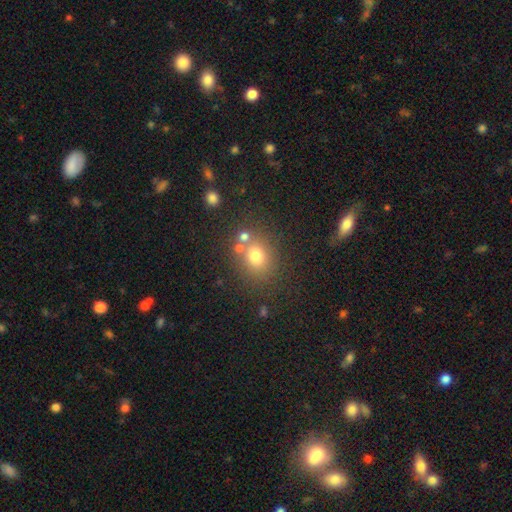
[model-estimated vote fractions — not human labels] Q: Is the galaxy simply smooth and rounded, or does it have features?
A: smooth — 74%.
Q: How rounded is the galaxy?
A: round — 64%.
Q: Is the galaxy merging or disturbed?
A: none — 69%.